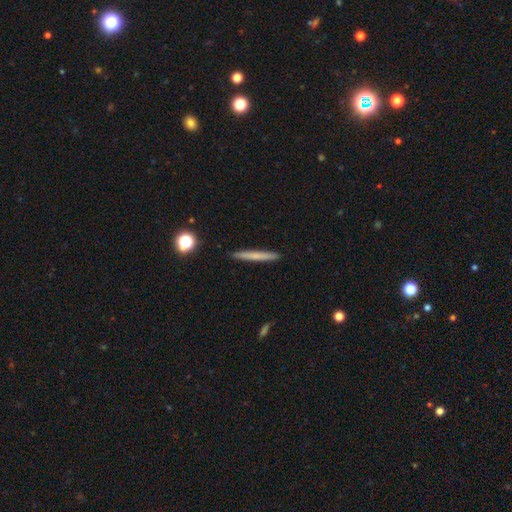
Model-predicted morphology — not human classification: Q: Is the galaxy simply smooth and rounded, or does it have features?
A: smooth — 61%.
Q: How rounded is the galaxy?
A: cigar-shaped — 96%.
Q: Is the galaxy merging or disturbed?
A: none — 92%.